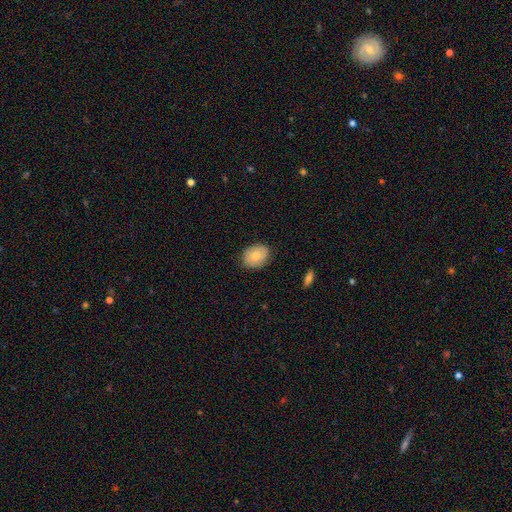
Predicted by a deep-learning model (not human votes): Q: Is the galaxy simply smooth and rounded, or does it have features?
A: smooth — 79%.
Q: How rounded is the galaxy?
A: in between — 63%.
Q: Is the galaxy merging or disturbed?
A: none — 82%.